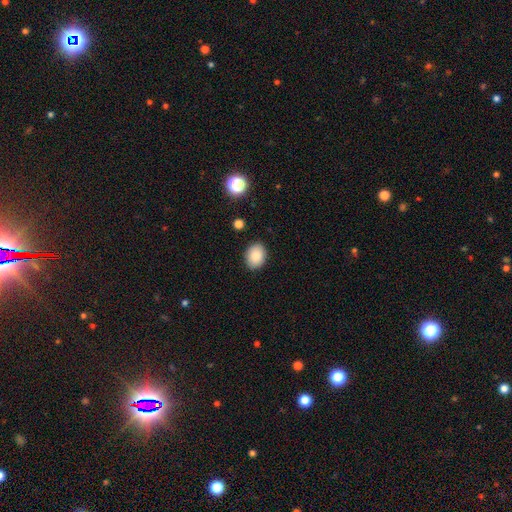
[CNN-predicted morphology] This is clearly a smooth galaxy (86%). How rounded: likely in between (65%). Merging: clearly none (89%).